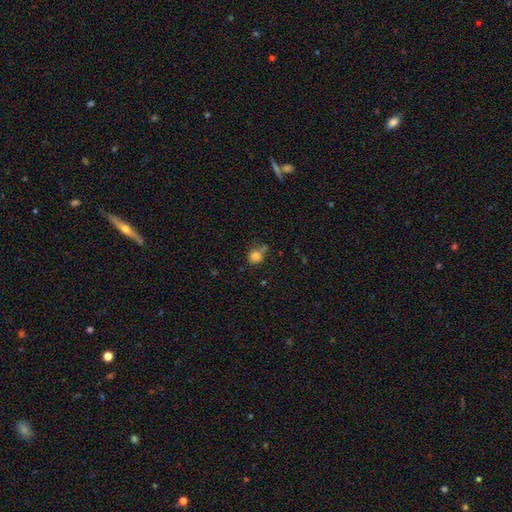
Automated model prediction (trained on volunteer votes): smooth 82%, star or artifact 12%, featured or disk 6%. Down the decision tree: how rounded — round (83%); merging — none (57%).